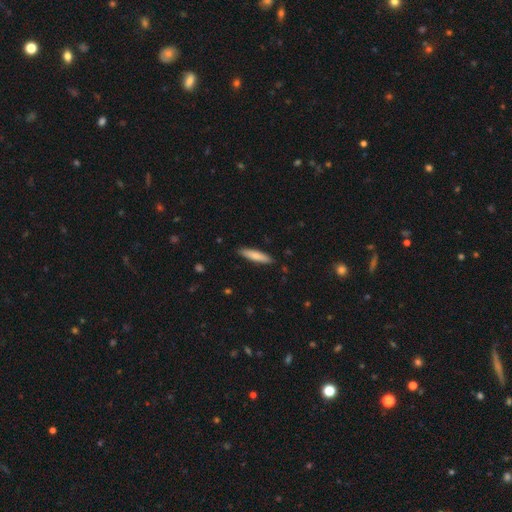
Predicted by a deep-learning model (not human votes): Smooth or featured: smooth — 77% (featured or disk — 18%)
How rounded: cigar-shaped — 83% (in between — 16%)
Merging: none — 89% (minor disturbance — 8%)